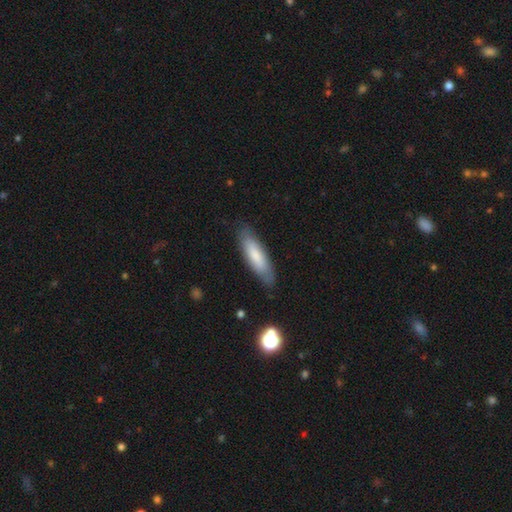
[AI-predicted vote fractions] The model was most divided on "how rounded": cigar-shaped: 56%, in between: 43%, round: 1%. More confident: merging — none (81%); smooth or featured — smooth (74%).